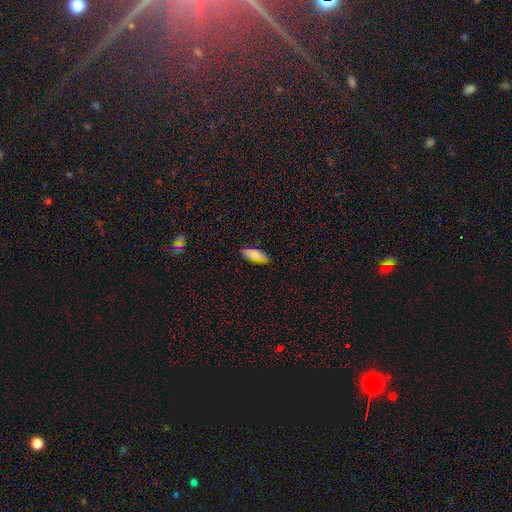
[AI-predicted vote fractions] Smooth or featured? Predicted: smooth (p=0.79). How rounded? Predicted: in between (p=0.74). Merging? Predicted: none (p=0.86).